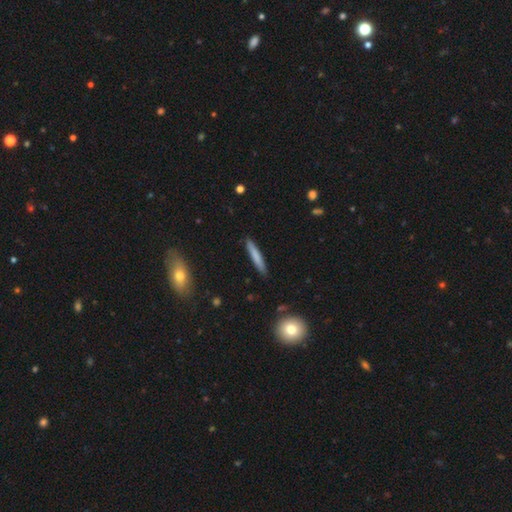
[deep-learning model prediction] smooth-or-featured: smooth: 75% | featured or disk: 19% | star or artifact: 6%
  how-rounded: cigar-shaped: 94% | in between: 5% | round: 1%
  merging: none: 89% | minor disturbance: 8% | major disturbance: 2% | merger: 1%